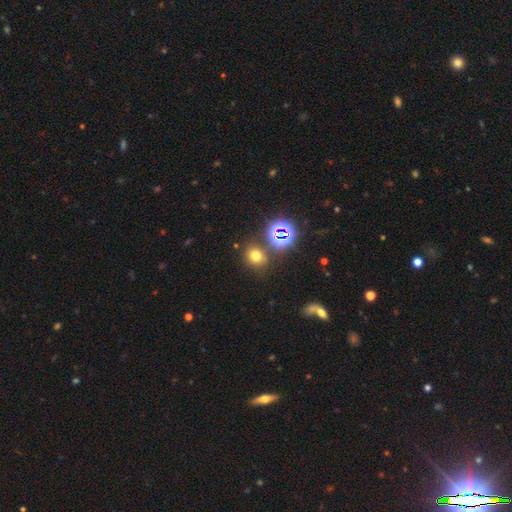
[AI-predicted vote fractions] The model was most divided on "how rounded": round: 67%, in between: 32%, cigar-shaped: 1%. More confident: merging — none (75%); smooth or featured — smooth (64%).